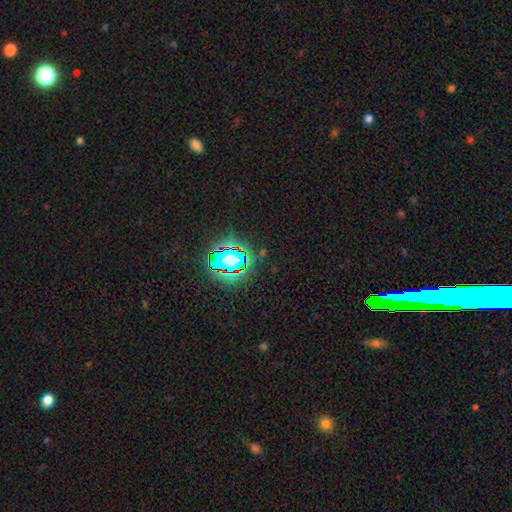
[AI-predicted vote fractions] Smooth or featured? Predicted: star or artifact (p=0.75).